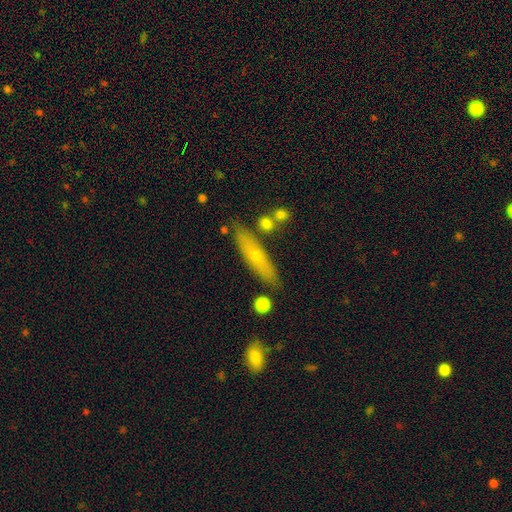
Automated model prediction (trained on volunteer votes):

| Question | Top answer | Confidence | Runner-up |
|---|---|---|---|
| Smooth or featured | smooth | 51% | featured or disk (42%) |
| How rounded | cigar-shaped | 78% | in between (19%) |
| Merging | none | 79% | minor disturbance (13%) |